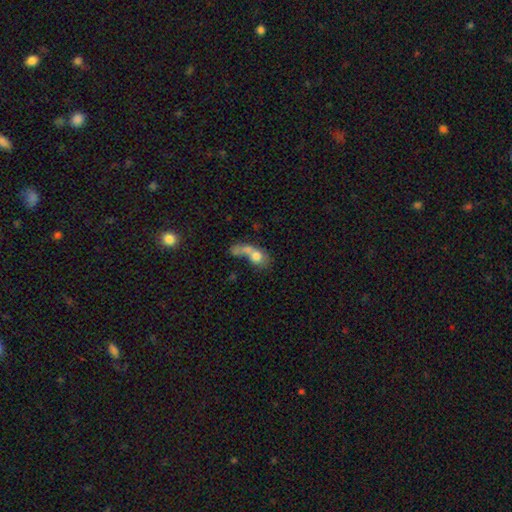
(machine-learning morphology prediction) smooth_or_featured: smooth (p=0.65) [alt: featured or disk p=0.24]
how_rounded: round (p=0.49) [alt: in between p=0.45]
merging: merger (p=0.57) [alt: major disturbance p=0.18]